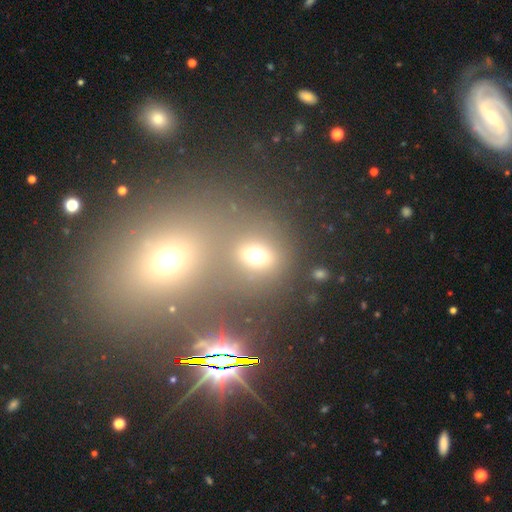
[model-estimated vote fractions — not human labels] This is likely a smooth galaxy (60%). How rounded: likely round (61%). Merging: likely none (66%).